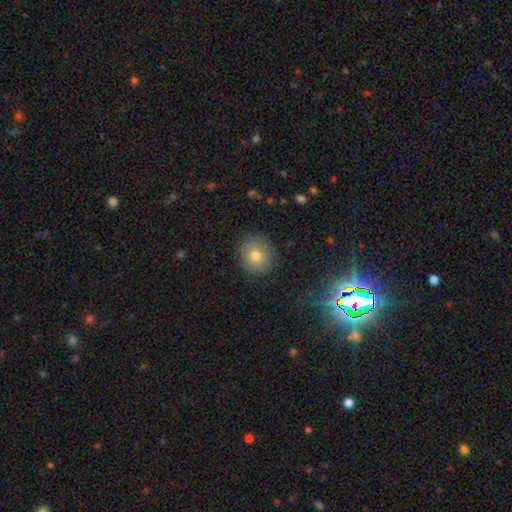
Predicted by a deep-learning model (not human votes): This is likely a smooth galaxy (72%). How rounded: clearly round (87%). Merging: clearly none (88%).